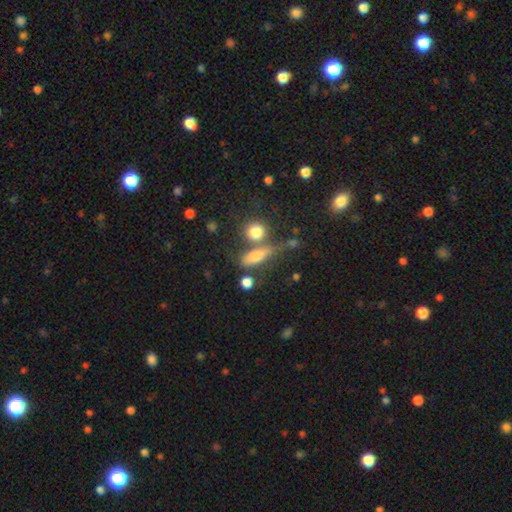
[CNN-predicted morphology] Overall: smooth (69%). How rounded: cigar-shaped (45%; in between 44%). Merging: none (54%; merger 22%).